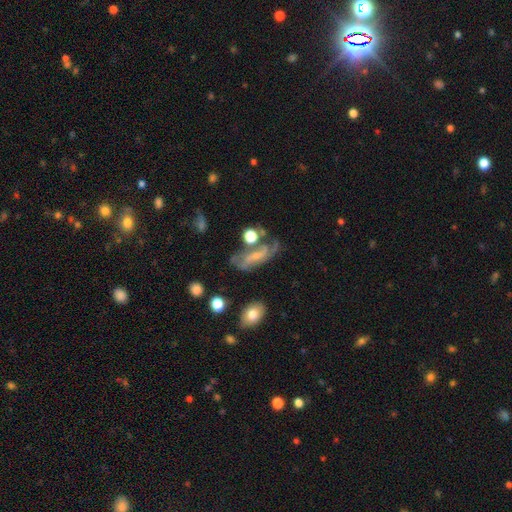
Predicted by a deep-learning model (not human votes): Smooth or featured: featured or disk — 63% (smooth — 25%)
Edge-on disk: no — 87% (yes — 13%)
Bar: no — 46% (weak — 37%)
Spiral arms: yes — 77% (no — 23%)
Bulge size: small — 52% (moderate — 24%)
Merging: none — 43% (major disturbance — 24%)